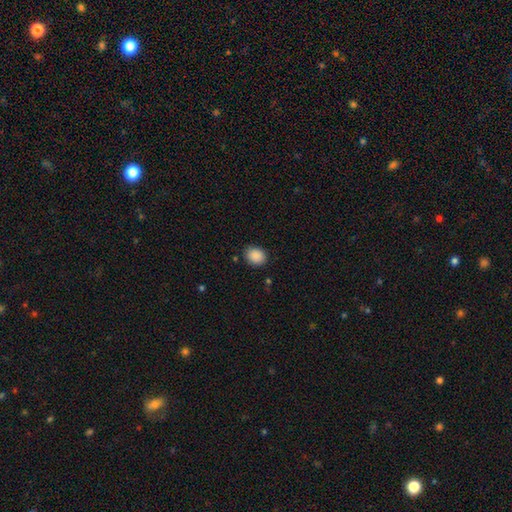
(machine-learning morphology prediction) type=smooth (89%); roundness=round (55%); merging=none (85%).